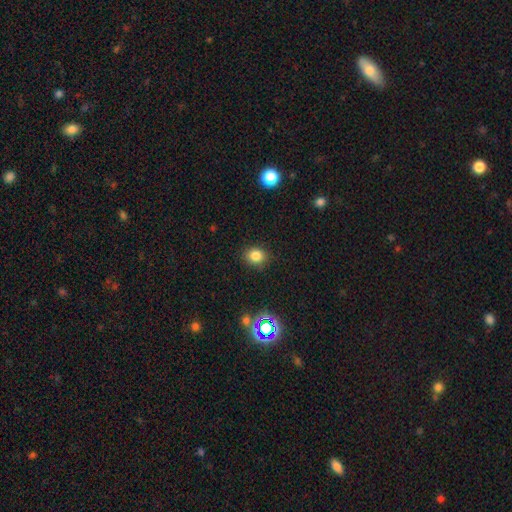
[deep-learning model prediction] smooth_or_featured: smooth (p=0.81) [alt: star or artifact p=0.14]
how_rounded: round (p=0.69) [alt: in between p=0.30]
merging: none (p=0.87) [alt: minor disturbance p=0.09]